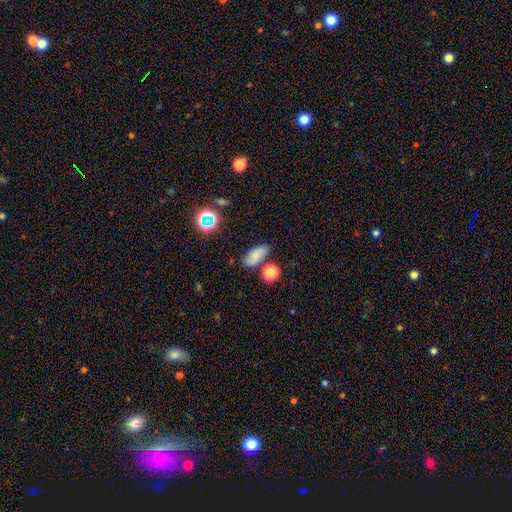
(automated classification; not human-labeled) A smooth galaxy with no disk features (69%) that is in between round and cigar-shaped (86%). Merging: none (74%).